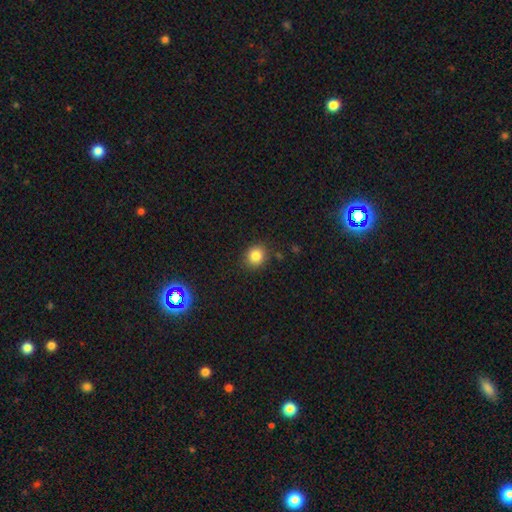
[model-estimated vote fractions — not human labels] This appears to be a smooth galaxy with no disk features (83%) that is round (80%). Merging: none (86%).